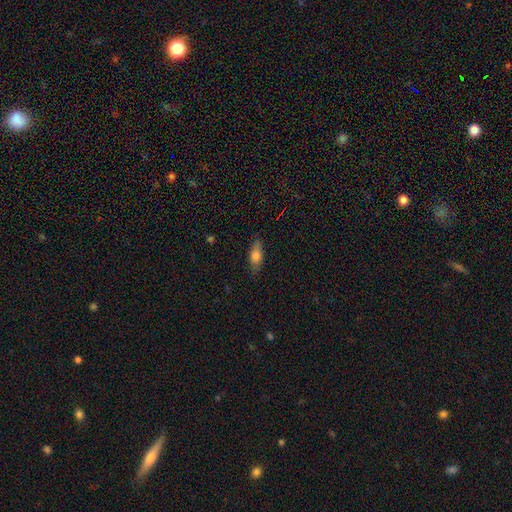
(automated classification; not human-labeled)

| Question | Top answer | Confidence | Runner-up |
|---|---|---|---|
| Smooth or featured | smooth | 73% | featured or disk (19%) |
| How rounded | in between | 73% | cigar-shaped (23%) |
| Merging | none | 80% | minor disturbance (15%) |